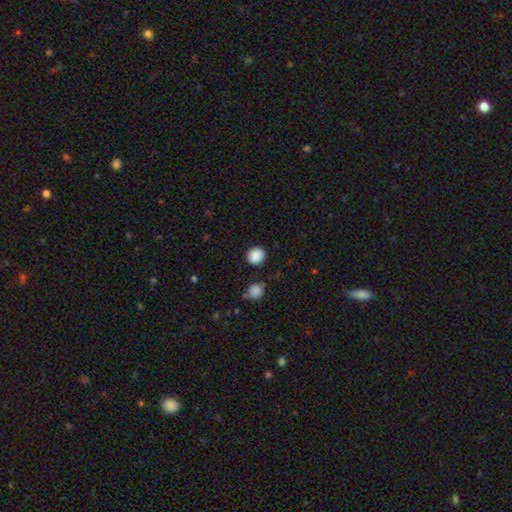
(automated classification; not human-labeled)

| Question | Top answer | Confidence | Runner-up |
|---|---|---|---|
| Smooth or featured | smooth | 88% | star or artifact (9%) |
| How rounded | round | 91% | in between (8%) |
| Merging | none | 88% | minor disturbance (7%) |